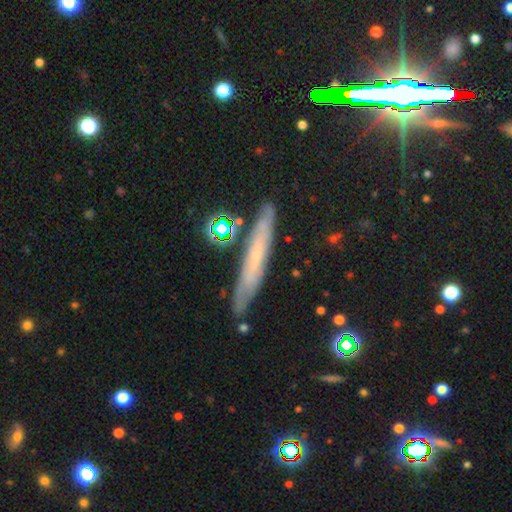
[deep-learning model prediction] A featured or disk galaxy (50%) viewed edge-on (80%).

Vote fractions:
- Smooth or featured? featured or disk: 50% / smooth: 39% / star or artifact: 11%
- Edge-on disk? yes: 80% / no: 20%
- Merging? none: 82% / minor disturbance: 13% / merger: 3% / major disturbance: 2%